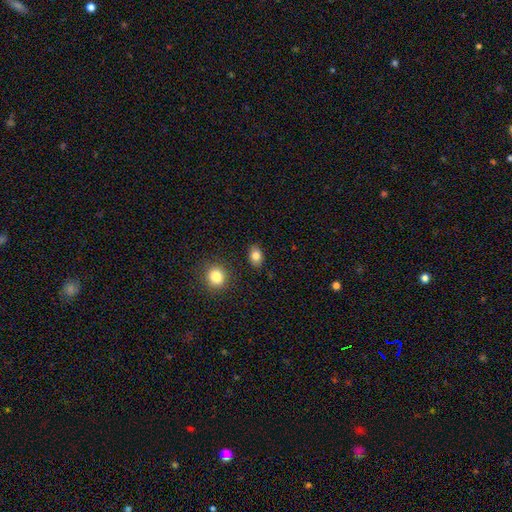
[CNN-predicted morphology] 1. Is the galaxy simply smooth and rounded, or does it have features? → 83% smooth, 10% star or artifact, 8% featured or disk.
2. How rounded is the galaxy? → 72% in between, 27% round, 1% cigar-shaped.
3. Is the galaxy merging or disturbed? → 85% none, 10% minor disturbance, 3% merger, 2% major disturbance.